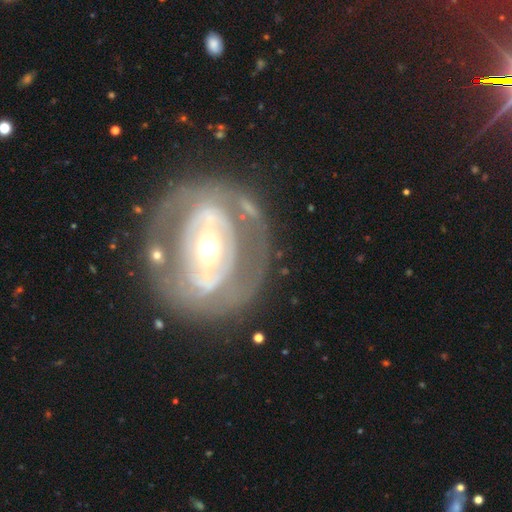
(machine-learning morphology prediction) type=featured or disk (77%); edge-on=no (94%); bar=no (38%); spiral arms=no (51%); bulge=moderate (52%); merging=none (72%).